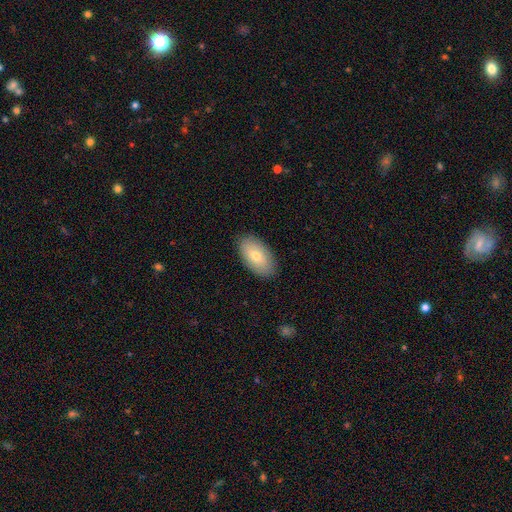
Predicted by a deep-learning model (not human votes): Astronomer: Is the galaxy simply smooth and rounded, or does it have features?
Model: smooth — 72%.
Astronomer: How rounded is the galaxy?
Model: in between — 94%.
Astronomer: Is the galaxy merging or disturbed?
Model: none — 88%.